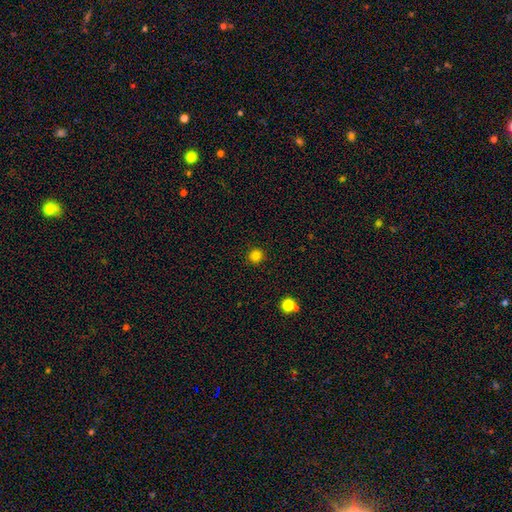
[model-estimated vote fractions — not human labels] smooth-or-featured: smooth: 83% | star or artifact: 13% | featured or disk: 4%
  how-rounded: round: 94% | in between: 5% | cigar-shaped: 1%
  merging: none: 92% | minor disturbance: 5% | major disturbance: 2% | merger: 1%